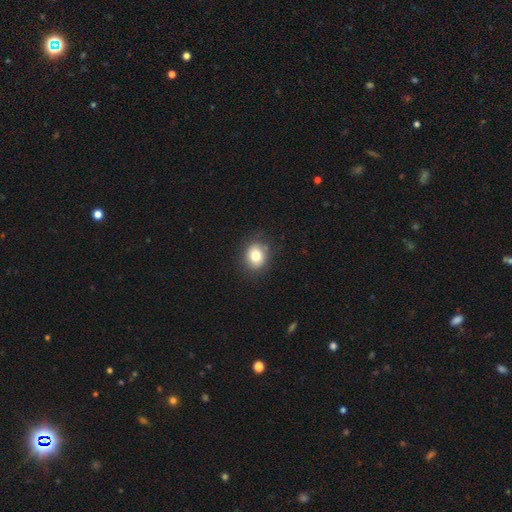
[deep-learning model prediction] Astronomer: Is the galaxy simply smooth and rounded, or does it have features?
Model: smooth — 80%.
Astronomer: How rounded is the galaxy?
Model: round — 66%.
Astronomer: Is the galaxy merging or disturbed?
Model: none — 86%.